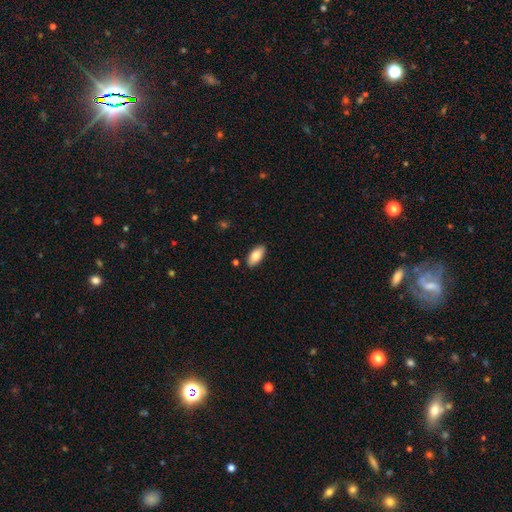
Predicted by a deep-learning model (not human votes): smooth 80%, featured or disk 14%, star or artifact 6%. Down the decision tree: how rounded — in between (92%); merging — none (88%).